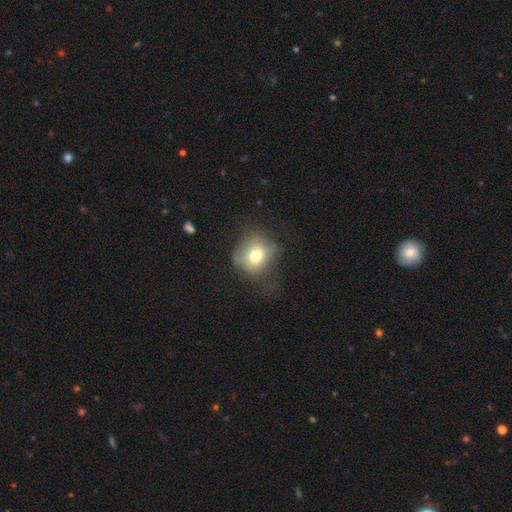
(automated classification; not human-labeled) Overall: smooth (71%). How rounded: round (76%). Merging: none (55%; minor disturbance 26%).